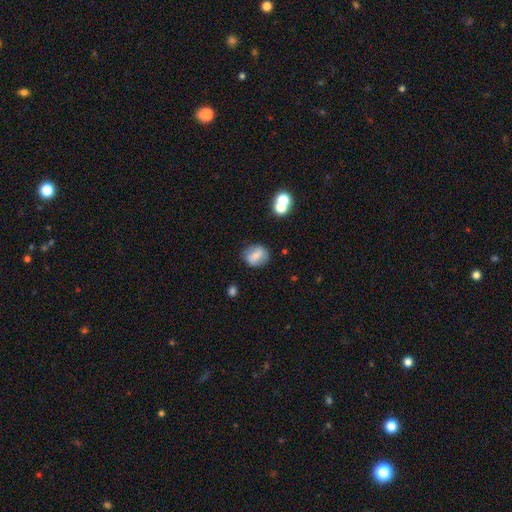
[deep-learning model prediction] Smooth or featured: smooth — 55% (featured or disk — 36%)
How rounded: round — 61% (in between — 37%)
Merging: none — 80% (minor disturbance — 13%)